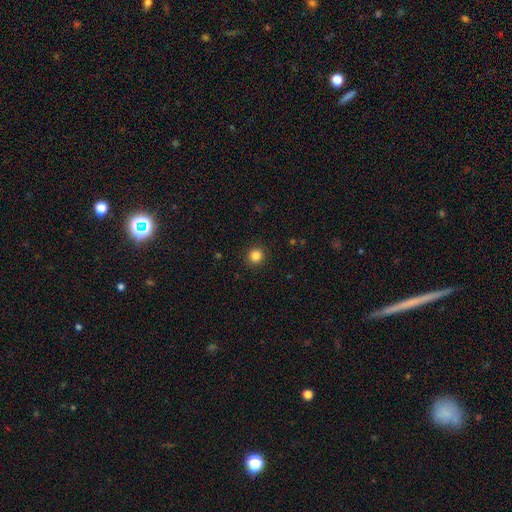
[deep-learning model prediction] This appears to be a smooth galaxy with no disk features (84%) that is round (94%). Merging: none (92%).